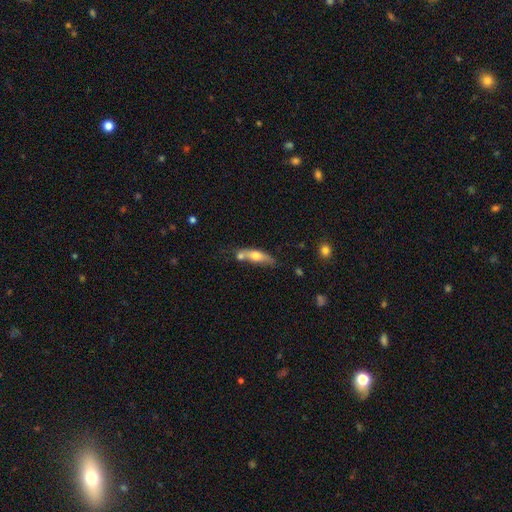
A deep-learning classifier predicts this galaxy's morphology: A smooth galaxy with no disk features (56%) that is cigar-shaped (54%).

Vote fractions:
- Smooth or featured? smooth: 56% / featured or disk: 37% / star or artifact: 6%
- How rounded? cigar-shaped: 54% / in between: 42% / round: 4%
- Merging? none: 44% / merger: 32% / minor disturbance: 17% / major disturbance: 6%